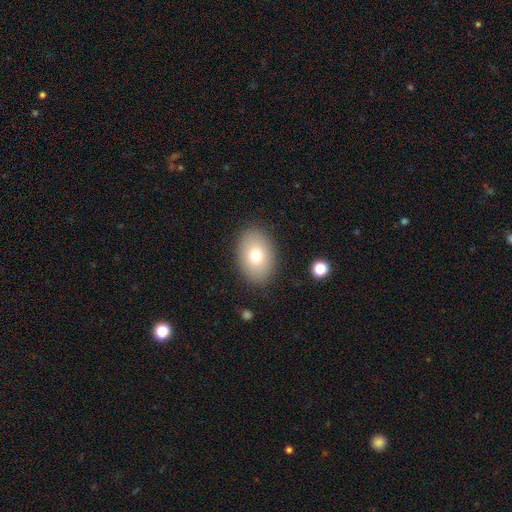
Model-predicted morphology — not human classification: The model was most divided on "smooth or featured": smooth: 75%, featured or disk: 16%, star or artifact: 9%. More confident: merging — none (87%); how rounded — in between (82%).